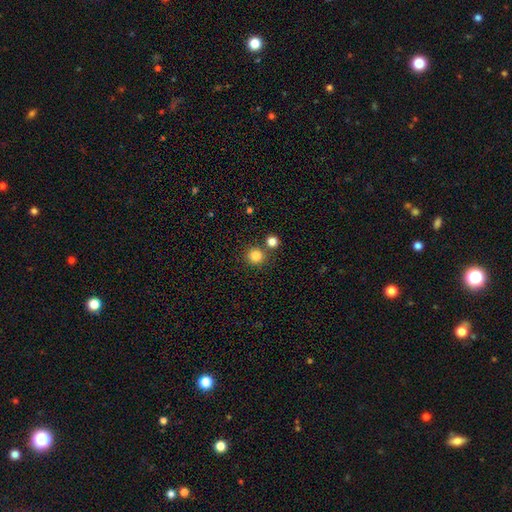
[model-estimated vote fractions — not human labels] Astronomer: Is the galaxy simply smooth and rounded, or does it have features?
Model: smooth — 82%.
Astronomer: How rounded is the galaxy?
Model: round — 94%.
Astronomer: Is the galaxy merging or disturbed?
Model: none — 81%.